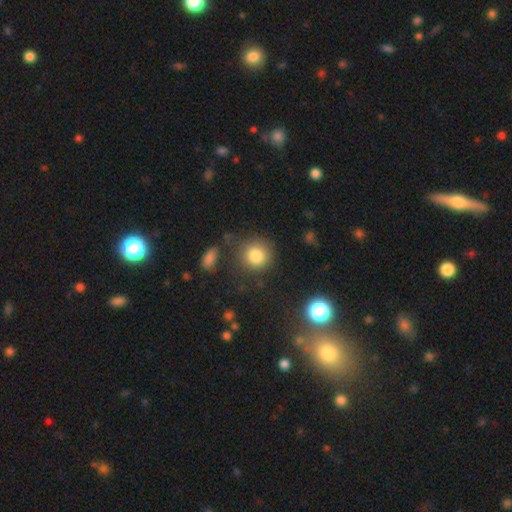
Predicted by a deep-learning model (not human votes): Smooth or featured? Predicted: smooth (p=0.84). How rounded? Predicted: round (p=0.88). Merging? Predicted: none (p=0.71).